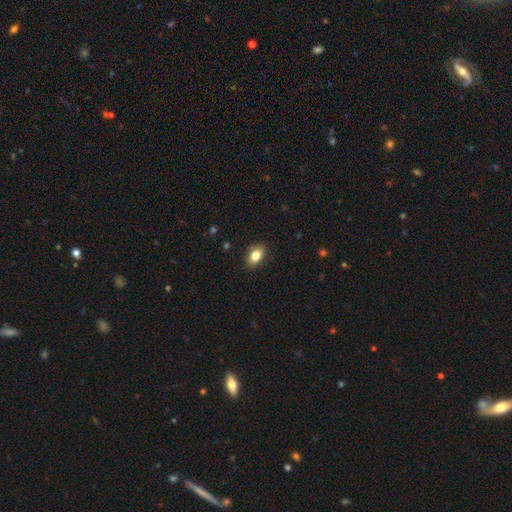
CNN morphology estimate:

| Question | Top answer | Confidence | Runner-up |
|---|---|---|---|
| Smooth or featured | smooth | 82% | featured or disk (9%) |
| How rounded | in between | 86% | round (12%) |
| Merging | none | 87% | minor disturbance (9%) |